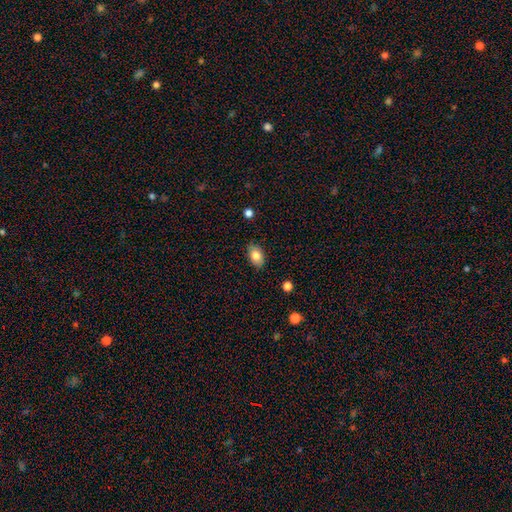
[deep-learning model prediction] smooth-or-featured: smooth: 80% | featured or disk: 12% | star or artifact: 8%
  how-rounded: in between: 87% | round: 12% | cigar-shaped: 1%
  merging: none: 84% | minor disturbance: 13% | major disturbance: 2% | merger: 1%